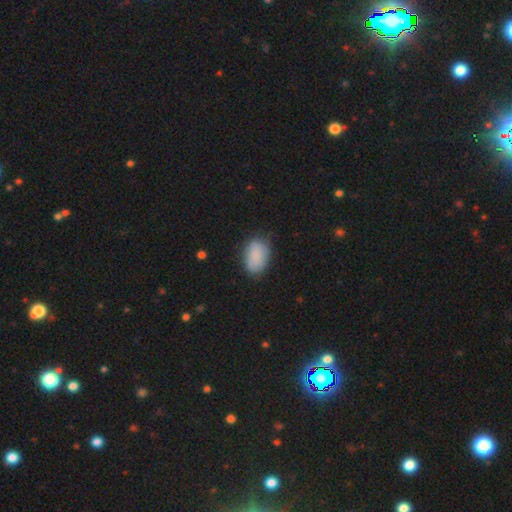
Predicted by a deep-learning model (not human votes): Smooth or featured? smooth (85%)
How rounded? in between (88%)
Merging? none (74%)